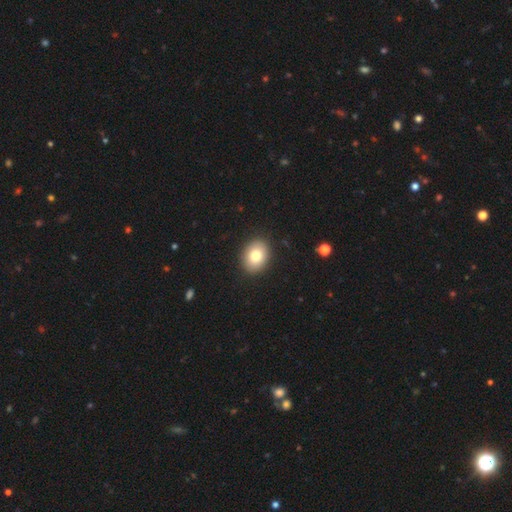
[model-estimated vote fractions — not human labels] This is clearly a smooth galaxy (81%). How rounded: likely in between (62%). Merging: clearly none (90%).